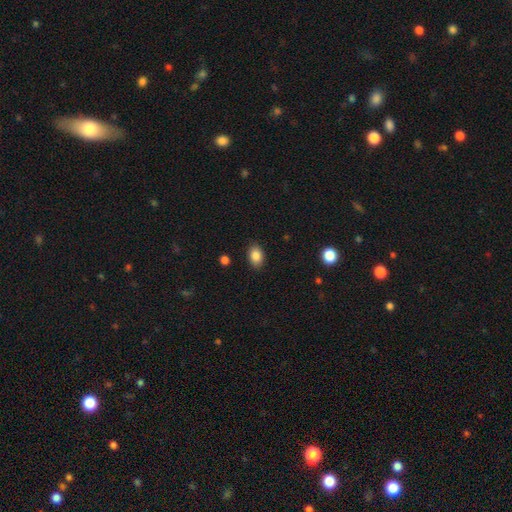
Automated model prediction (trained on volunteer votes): This appears to be a smooth galaxy with no disk features (86%) that is in between round and cigar-shaped (82%). Merging: none (87%).